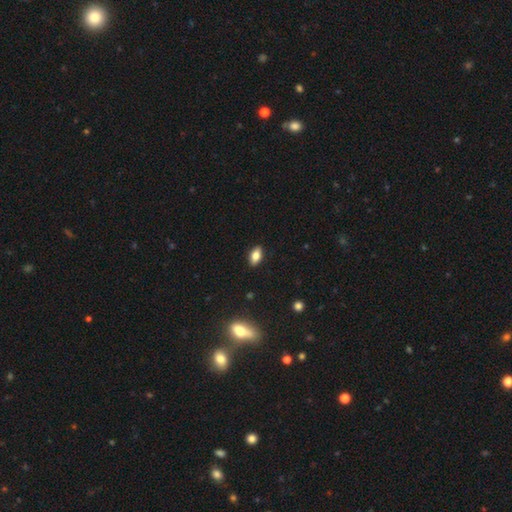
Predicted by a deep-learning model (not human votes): This is likely a smooth galaxy (78%). How rounded: clearly in between (89%). Merging: clearly none (89%).